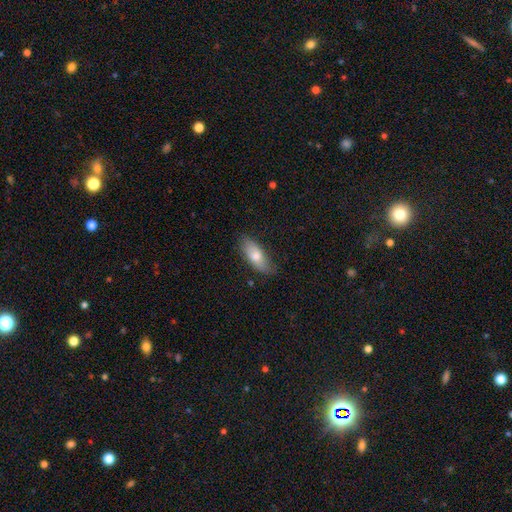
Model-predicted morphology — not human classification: The model was most divided on "smooth or featured": smooth: 73%, featured or disk: 20%, star or artifact: 6%. More confident: how rounded — in between (77%); merging — none (75%).